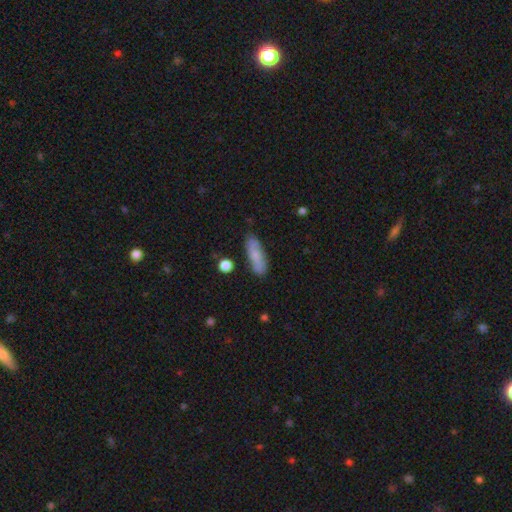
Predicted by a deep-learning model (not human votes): smooth 75%, featured or disk 18%, star or artifact 6%. Down the decision tree: how rounded — in between (51%); merging — none (80%).